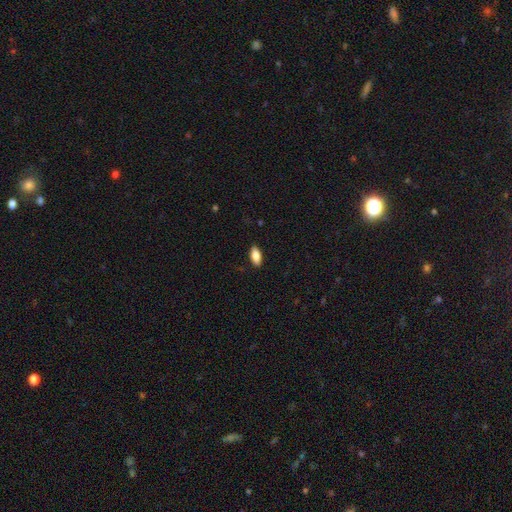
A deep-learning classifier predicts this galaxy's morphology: Smooth or featured? smooth (83%)
How rounded? in between (85%)
Merging? none (88%)